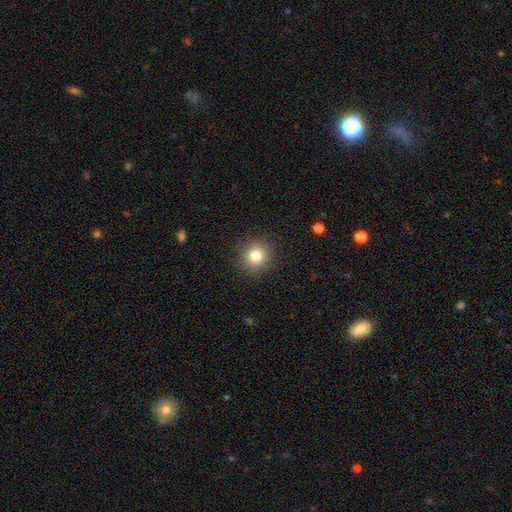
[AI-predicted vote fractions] smooth 81%, star or artifact 11%, featured or disk 8%. Down the decision tree: how rounded — round (90%); merging — none (89%).